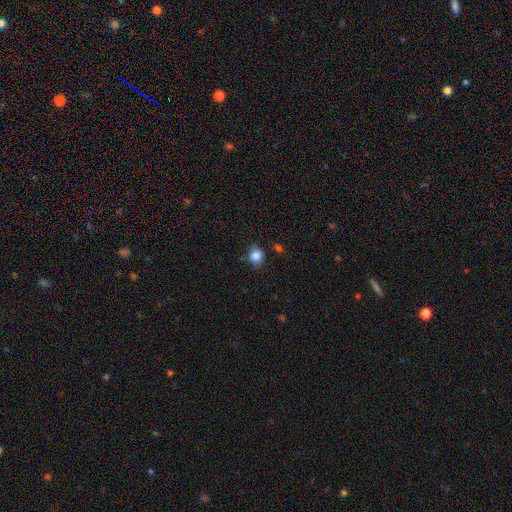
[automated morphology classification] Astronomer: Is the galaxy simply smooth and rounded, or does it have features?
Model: smooth — 84%.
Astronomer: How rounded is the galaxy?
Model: round — 77%.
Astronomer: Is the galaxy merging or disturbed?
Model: none — 78%.